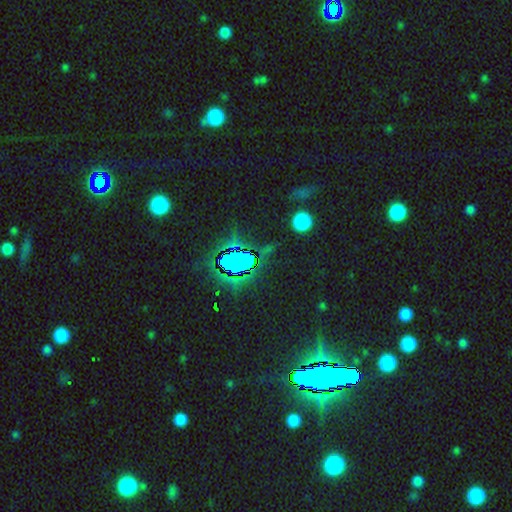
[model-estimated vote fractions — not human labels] smooth-or-featured: star or artifact: 74% | smooth: 17% | featured or disk: 9%